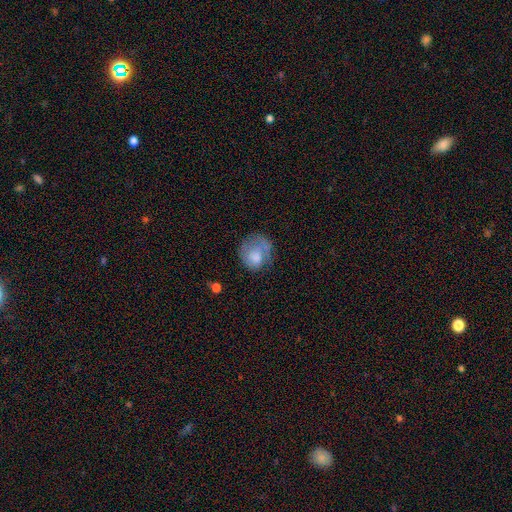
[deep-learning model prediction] This appears to be a smooth galaxy with no disk features (62%) that is round (68%). Merging: none (46%).